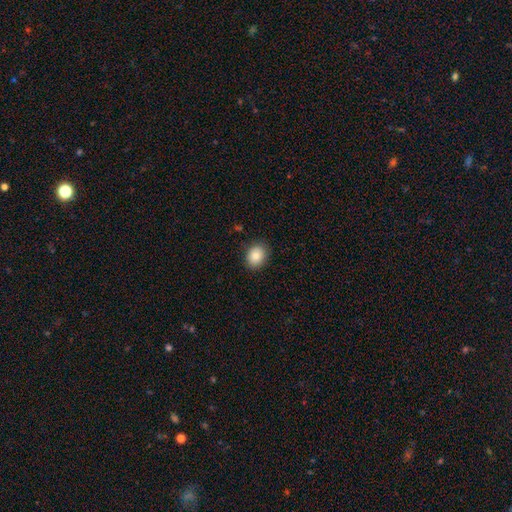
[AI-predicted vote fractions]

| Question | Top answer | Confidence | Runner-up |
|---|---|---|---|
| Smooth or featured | smooth | 84% | star or artifact (8%) |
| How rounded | in between | 54% | round (46%) |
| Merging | none | 88% | minor disturbance (9%) |